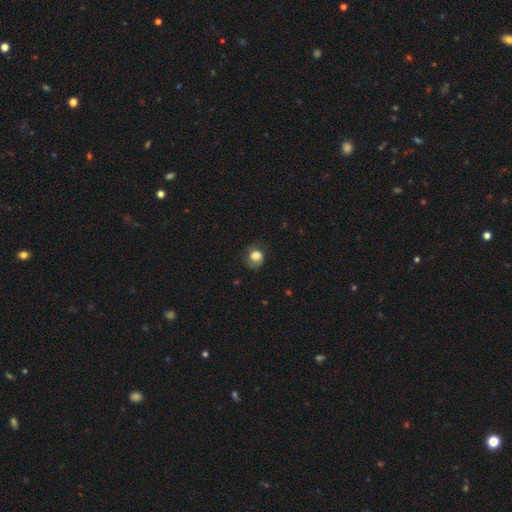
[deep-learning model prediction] smooth_or_featured: smooth (p=0.80) [alt: featured or disk p=0.11]
how_rounded: round (p=0.69) [alt: in between p=0.30]
merging: none (p=0.56) [alt: minor disturbance p=0.28]